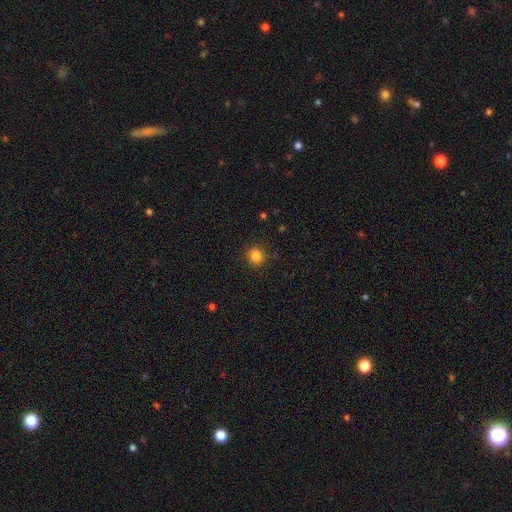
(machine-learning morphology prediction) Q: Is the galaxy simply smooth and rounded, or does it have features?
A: smooth — 84%.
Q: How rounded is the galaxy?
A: round — 87%.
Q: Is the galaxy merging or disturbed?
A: none — 89%.